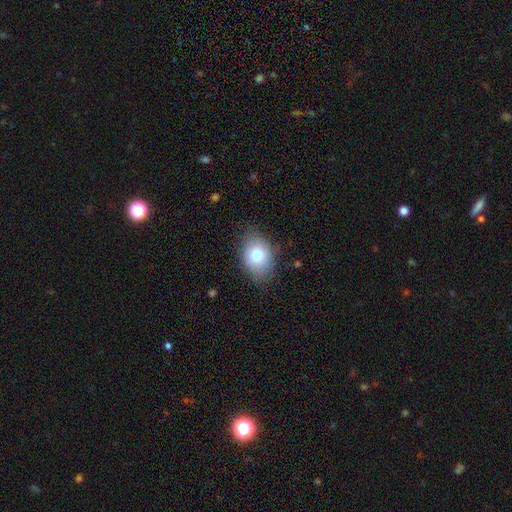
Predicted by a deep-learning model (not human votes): Smooth or featured? Predicted: smooth (p=0.76). How rounded? Predicted: in between (p=0.70). Merging? Predicted: none (p=0.77).